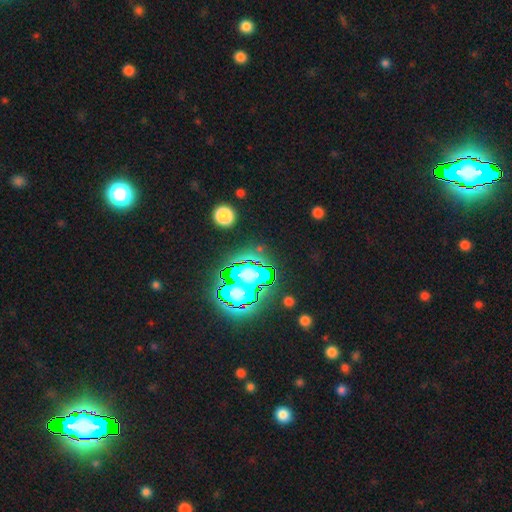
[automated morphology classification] This is likely a star or artifact rather than a galaxy (65%).